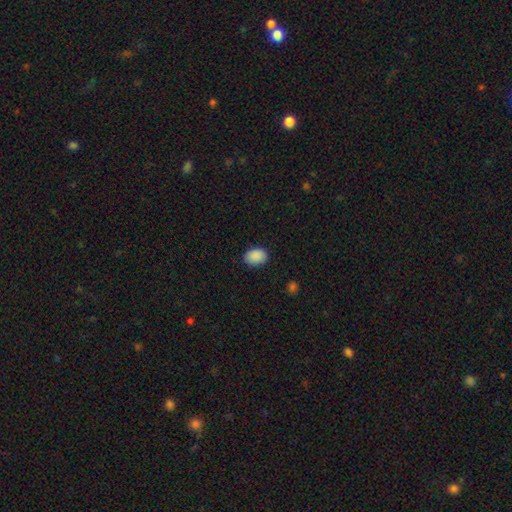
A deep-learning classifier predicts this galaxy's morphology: Smooth or featured: smooth — 90% (star or artifact — 8%)
How rounded: in between — 74% (round — 25%)
Merging: none — 86% (minor disturbance — 11%)